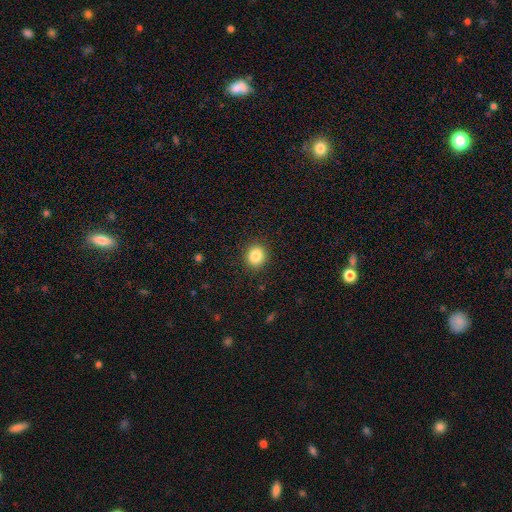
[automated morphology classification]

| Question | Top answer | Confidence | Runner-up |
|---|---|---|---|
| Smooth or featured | smooth | 85% | star or artifact (10%) |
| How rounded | round | 81% | in between (18%) |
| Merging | none | 90% | minor disturbance (7%) |